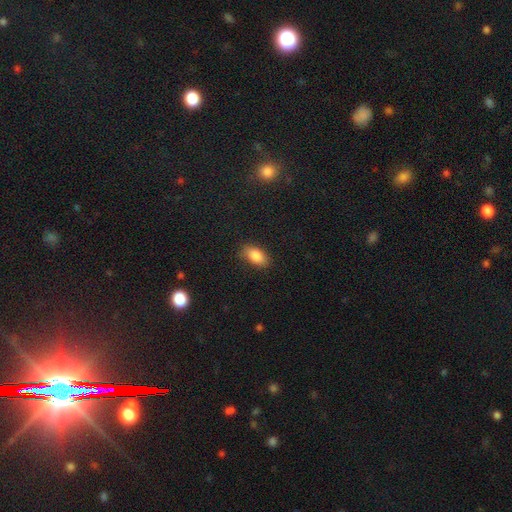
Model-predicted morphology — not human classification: smooth_or_featured: smooth (p=0.85) [alt: star or artifact p=0.08]
how_rounded: in between (p=0.90) [alt: round p=0.06]
merging: none (p=0.83) [alt: minor disturbance p=0.13]